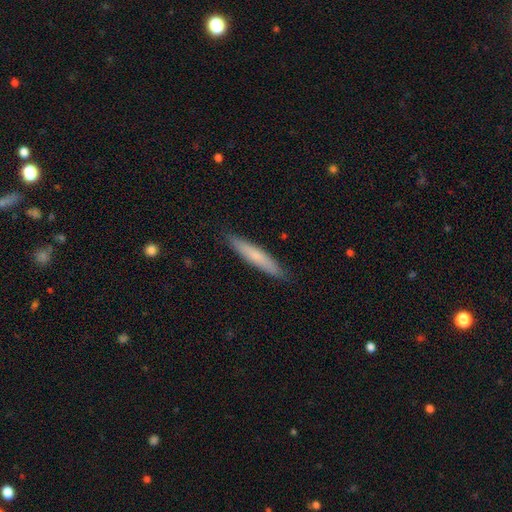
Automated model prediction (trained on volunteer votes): The model was most divided on "smooth or featured": smooth: 69%, featured or disk: 26%, star or artifact: 6%. More confident: how rounded — cigar-shaped (93%); merging — none (90%).